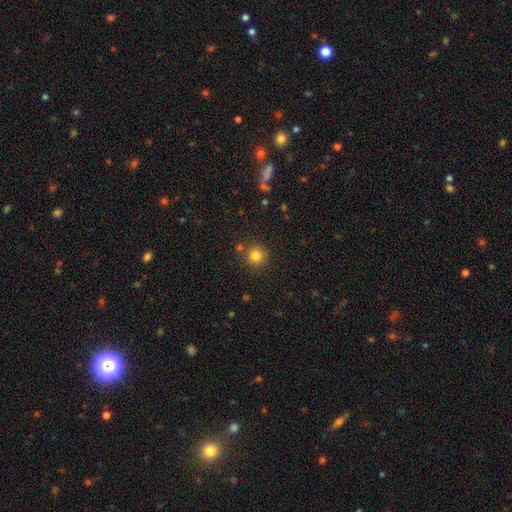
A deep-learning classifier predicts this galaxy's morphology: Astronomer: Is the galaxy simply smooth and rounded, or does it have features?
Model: smooth — 81%.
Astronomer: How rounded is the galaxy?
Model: round — 94%.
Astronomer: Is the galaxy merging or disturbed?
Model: none — 83%.